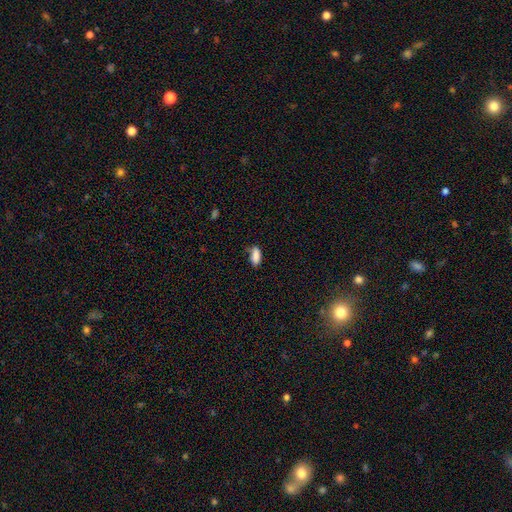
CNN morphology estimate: Smooth or featured? Predicted: smooth (p=0.87). How rounded? Predicted: in between (p=0.84). Merging? Predicted: none (p=0.62).